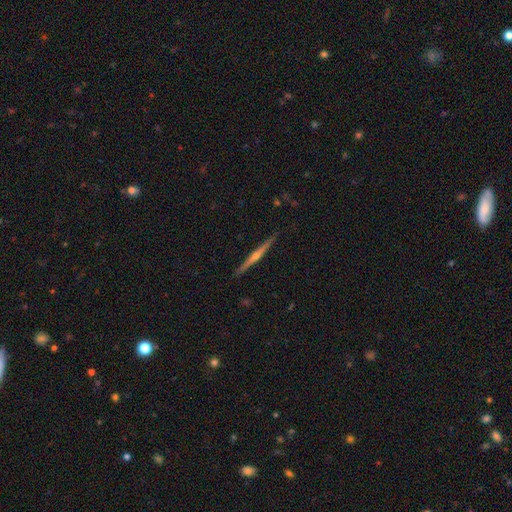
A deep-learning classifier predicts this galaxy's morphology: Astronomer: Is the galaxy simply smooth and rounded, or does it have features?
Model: featured or disk — 77%.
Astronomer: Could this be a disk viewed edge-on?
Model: yes — 98%.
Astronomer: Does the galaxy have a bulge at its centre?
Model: rounded — 78%.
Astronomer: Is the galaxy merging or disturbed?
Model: none — 91%.